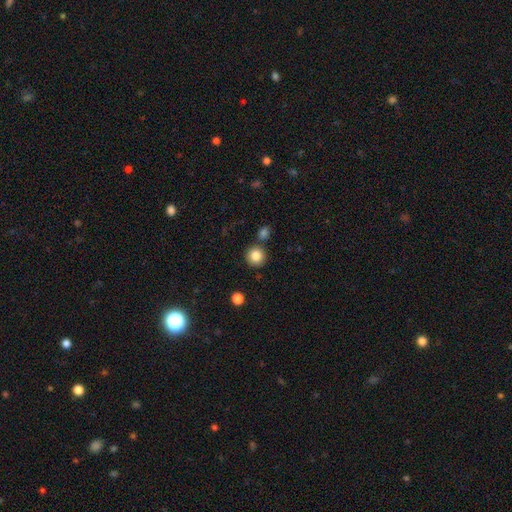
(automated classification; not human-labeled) This is clearly a smooth galaxy (85%). How rounded: clearly round (94%). Merging: clearly none (81%).